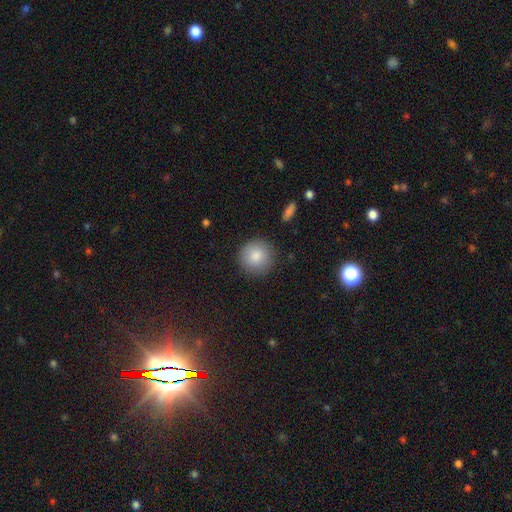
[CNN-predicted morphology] A smooth galaxy with no disk features (85%) that is round (94%).

Vote fractions:
- Smooth or featured? smooth: 85% / star or artifact: 7% / featured or disk: 7%
- How rounded? round: 94% / in between: 5% / cigar-shaped: 1%
- Merging? none: 88% / minor disturbance: 8% / major disturbance: 3% / merger: 1%